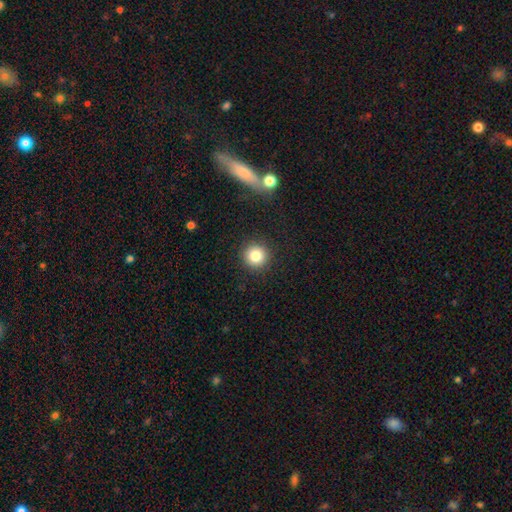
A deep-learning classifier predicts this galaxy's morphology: Smooth or featured?
  - smooth: 82% *
  - star or artifact: 11%
  - featured or disk: 7%
How rounded?
  - round: 95% *
  - in between: 4%
  - cigar-shaped: 1%
Merging?
  - none: 91% *
  - minor disturbance: 6%
  - major disturbance: 2%
  - merger: 1%